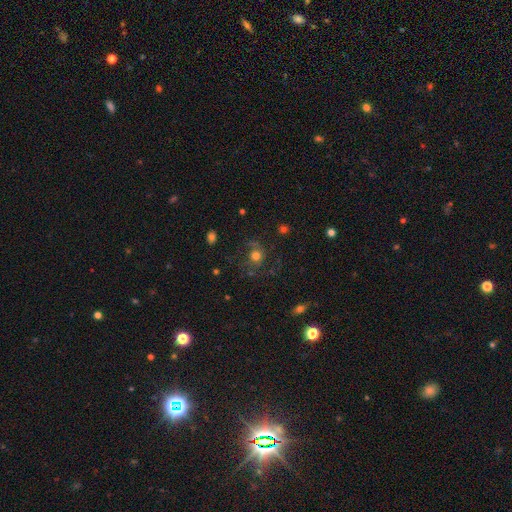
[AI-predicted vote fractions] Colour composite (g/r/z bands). It shows a smooth galaxy with no disk features (54%) that is round (82%). Merging: none (63%).